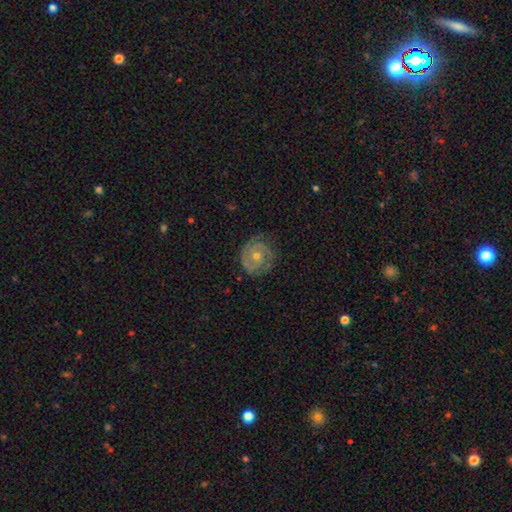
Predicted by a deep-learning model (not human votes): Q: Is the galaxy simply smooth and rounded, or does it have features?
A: featured or disk — 78%.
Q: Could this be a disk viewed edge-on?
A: no — 98%.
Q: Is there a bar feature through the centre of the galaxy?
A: no — 79%.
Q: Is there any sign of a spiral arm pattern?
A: yes — 92%.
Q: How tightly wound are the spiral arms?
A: tight — 73%.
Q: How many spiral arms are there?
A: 2 — 50%.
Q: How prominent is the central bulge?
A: small — 52%.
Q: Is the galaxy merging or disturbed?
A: none — 77%.